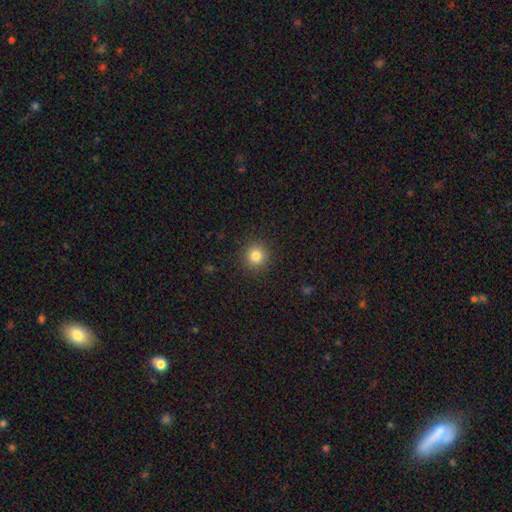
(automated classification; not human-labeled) smooth_or_featured: smooth (p=0.83) [alt: star or artifact p=0.12]
how_rounded: round (p=0.93) [alt: in between p=0.06]
merging: none (p=0.92) [alt: minor disturbance p=0.05]